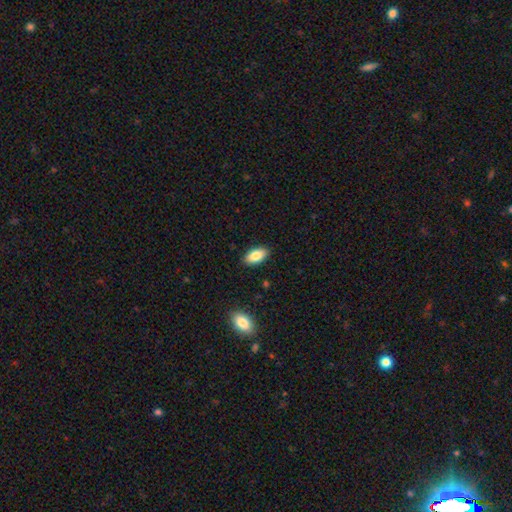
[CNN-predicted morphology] smooth_or_featured: smooth (p=0.84) [alt: featured or disk p=0.09]
how_rounded: in between (p=0.93) [alt: cigar-shaped p=0.04]
merging: none (p=0.89) [alt: minor disturbance p=0.08]